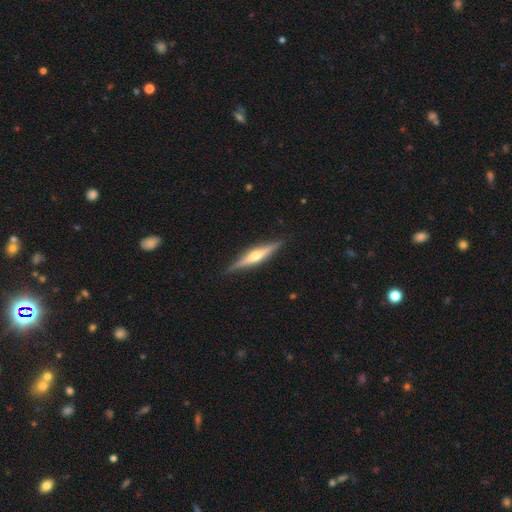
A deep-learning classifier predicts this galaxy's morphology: type=featured or disk (73%); edge-on=yes (98%); edge-on bulge=rounded (88%); merging=none (90%).